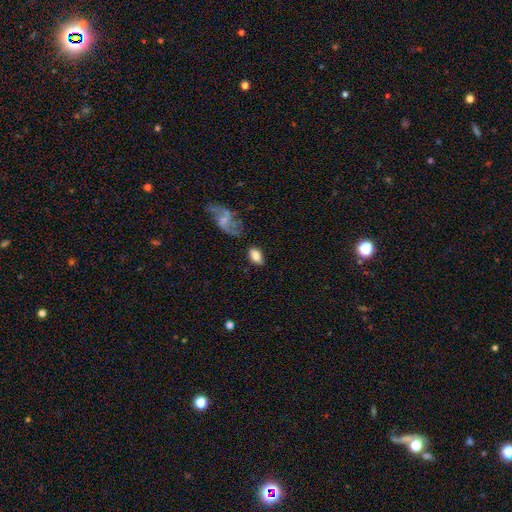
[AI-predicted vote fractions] A smooth galaxy with no disk features (81%) that is in between round and cigar-shaped (92%). Merging: none (72%).